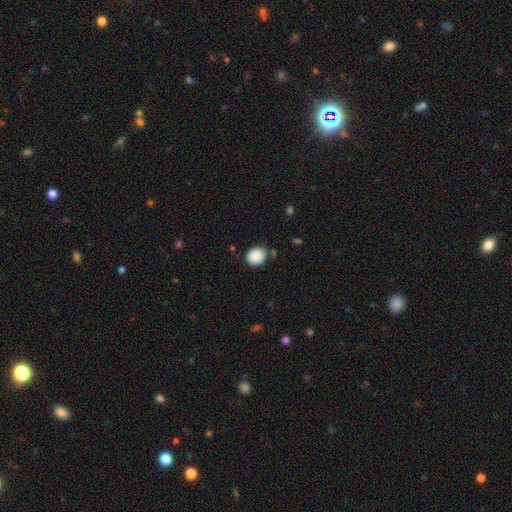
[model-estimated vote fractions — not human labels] Morphology: type=smooth (89%); roundness=round (73%); merging=none (81%).